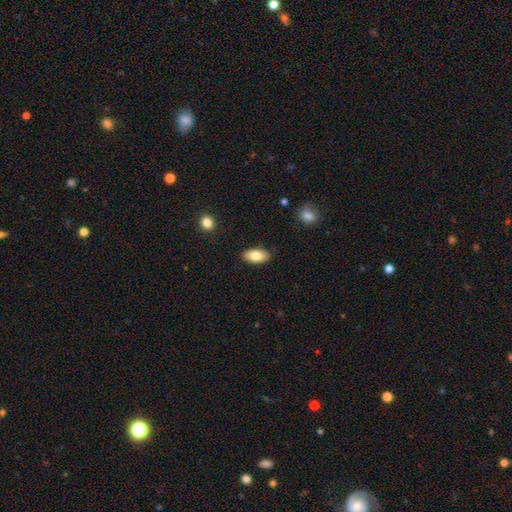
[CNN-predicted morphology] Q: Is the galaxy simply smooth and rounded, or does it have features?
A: smooth — 81%.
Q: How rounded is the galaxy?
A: in between — 93%.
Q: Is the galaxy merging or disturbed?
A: none — 86%.